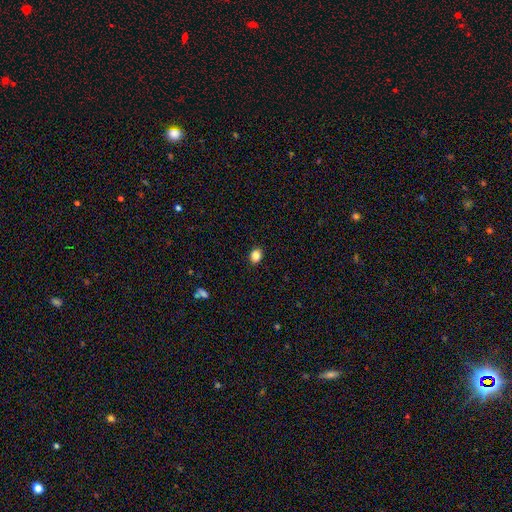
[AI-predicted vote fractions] smooth_or_featured: smooth (p=0.84) [alt: star or artifact p=0.11]
how_rounded: round (p=0.51) [alt: in between p=0.48]
merging: none (p=0.90) [alt: minor disturbance p=0.07]